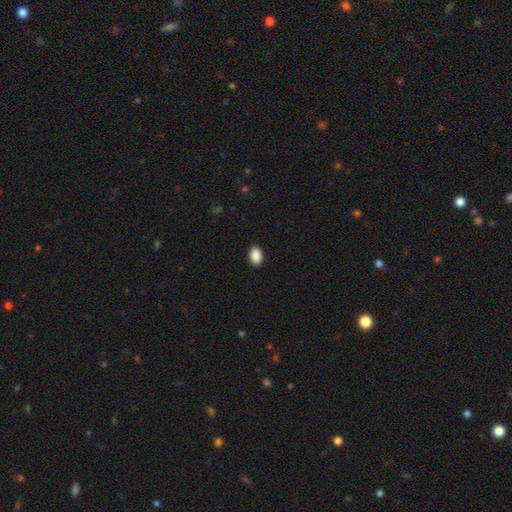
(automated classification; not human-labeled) Smooth or featured? Predicted: smooth (p=0.91). How rounded? Predicted: in between (p=0.92). Merging? Predicted: none (p=0.90).